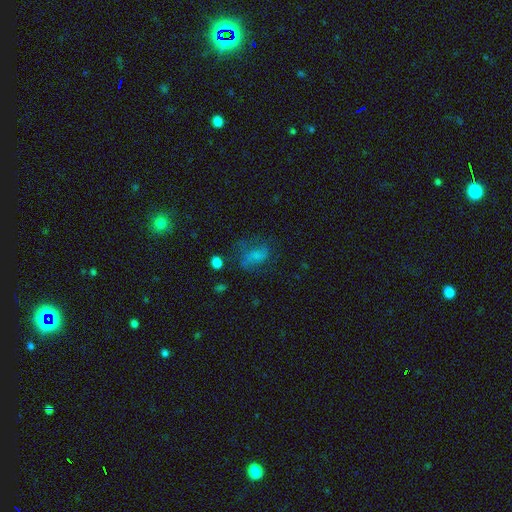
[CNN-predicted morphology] Smooth or featured: smooth — 61% (featured or disk — 22%)
How rounded: in between — 79% (round — 18%)
Merging: none — 41% (major disturbance — 31%)